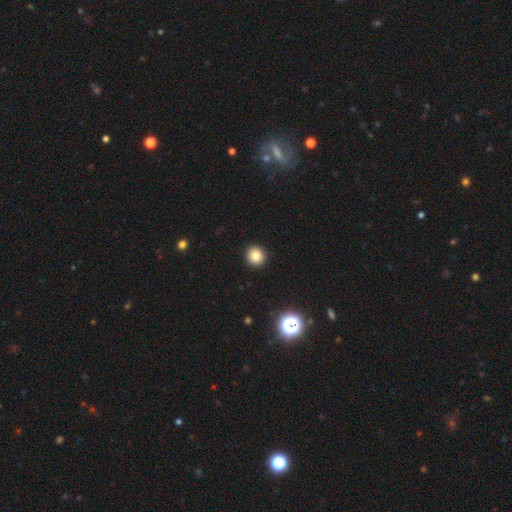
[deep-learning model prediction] A smooth galaxy with no disk features (81%) that is round (91%). Merging: none (93%).